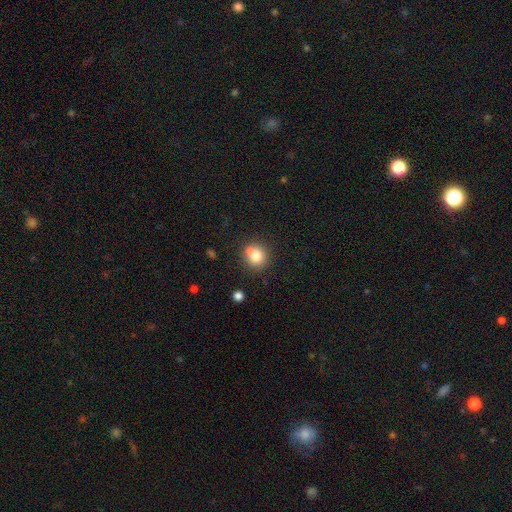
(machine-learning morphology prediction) A smooth galaxy with no disk features (78%) that is round (84%).

Vote fractions:
- Smooth or featured? smooth: 78% / star or artifact: 11% / featured or disk: 11%
- How rounded? round: 84% / in between: 15% / cigar-shaped: 1%
- Merging? none: 62% / merger: 21% / minor disturbance: 13% / major disturbance: 4%